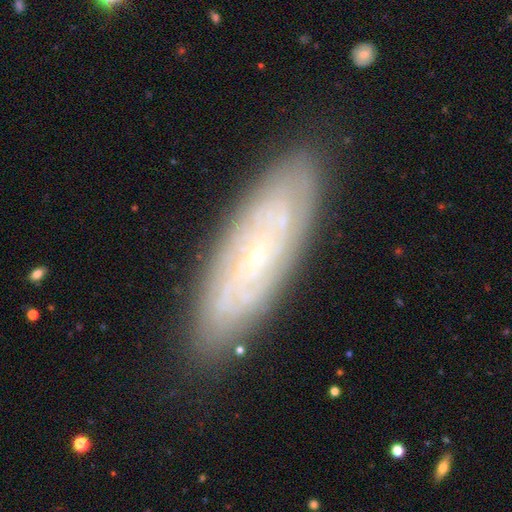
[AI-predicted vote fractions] smooth-or-featured: featured or disk: 71% | smooth: 21% | star or artifact: 7%
  disk-edge-on: no: 82% | yes: 18%
    bar: no: 66% | weak: 27% | strong: 7%
    has-spiral-arms: yes: 85% | no: 15%
    bulge-size: small: 81% | moderate: 13% | none: 4% | large: 1% | dominant: 1%
  merging: none: 84% | minor disturbance: 12% | major disturbance: 3% | merger: 1%